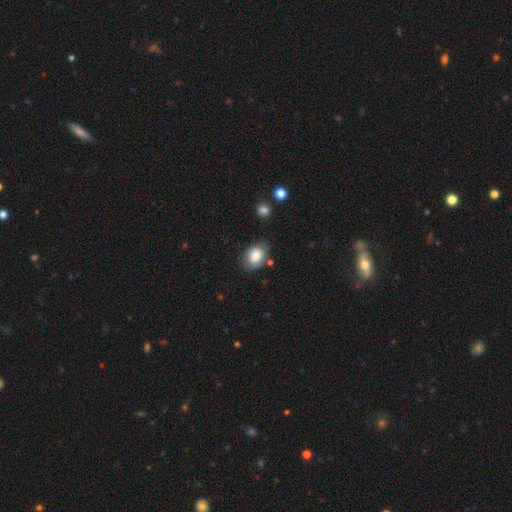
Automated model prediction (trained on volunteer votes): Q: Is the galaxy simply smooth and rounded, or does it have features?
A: smooth — 82%.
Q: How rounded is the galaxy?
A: in between — 66%.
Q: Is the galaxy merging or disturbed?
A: none — 74%.